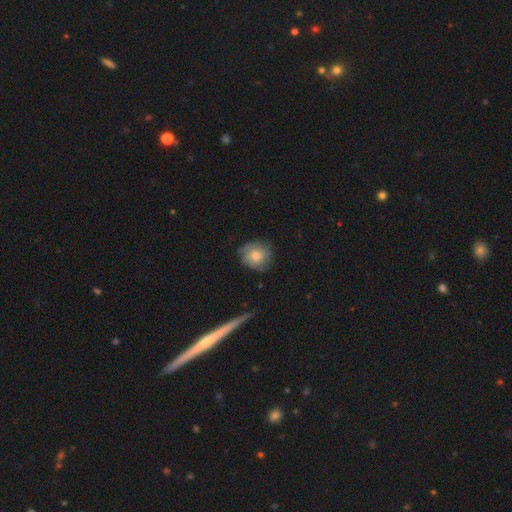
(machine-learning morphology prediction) Smooth or featured?
  - smooth: 61% *
  - featured or disk: 31%
  - star or artifact: 8%
How rounded?
  - round: 82% *
  - in between: 17%
  - cigar-shaped: 1%
Merging?
  - none: 70% *
  - minor disturbance: 22%
  - major disturbance: 7%
  - merger: 1%